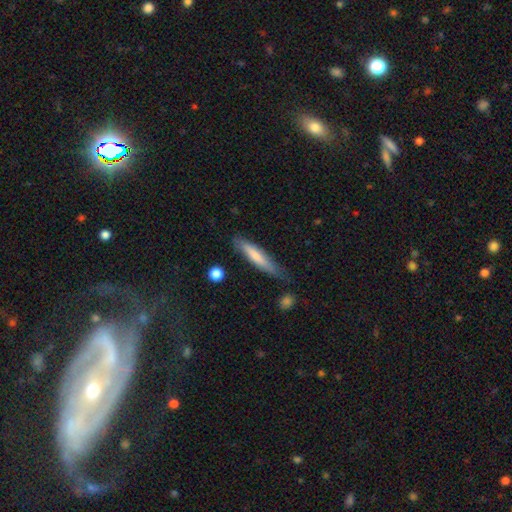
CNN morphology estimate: Smooth or featured? Predicted: smooth (p=0.69). How rounded? Predicted: cigar-shaped (p=0.88). Merging? Predicted: none (p=0.73).